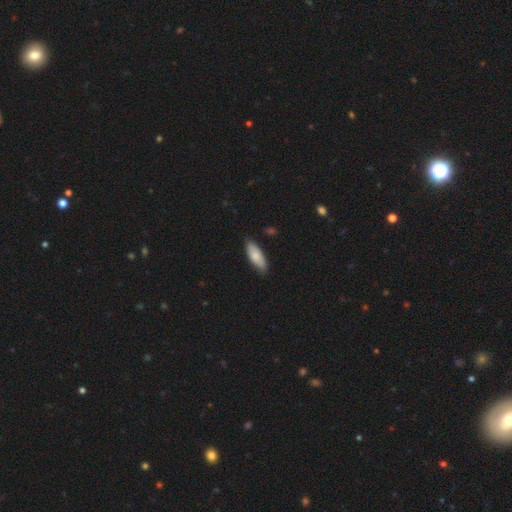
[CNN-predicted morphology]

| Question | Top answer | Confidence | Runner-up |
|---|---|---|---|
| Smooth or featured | smooth | 81% | featured or disk (13%) |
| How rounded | in between | 71% | cigar-shaped (27%) |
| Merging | none | 82% | minor disturbance (15%) |